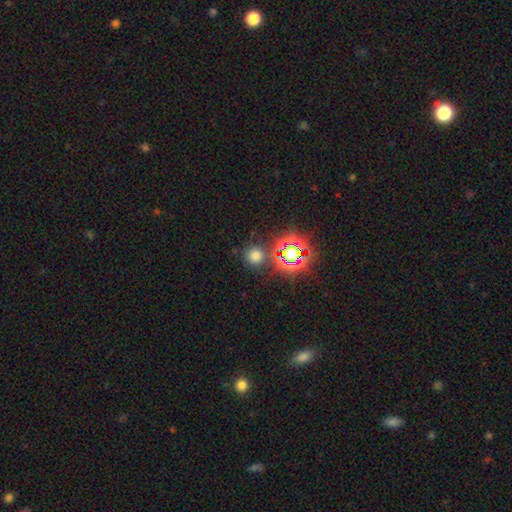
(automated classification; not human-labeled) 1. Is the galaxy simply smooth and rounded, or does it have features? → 64% smooth, 29% star or artifact, 7% featured or disk.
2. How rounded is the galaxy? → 92% round, 7% in between, 1% cigar-shaped.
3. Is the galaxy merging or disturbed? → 80% none, 9% minor disturbance, 8% merger, 4% major disturbance.